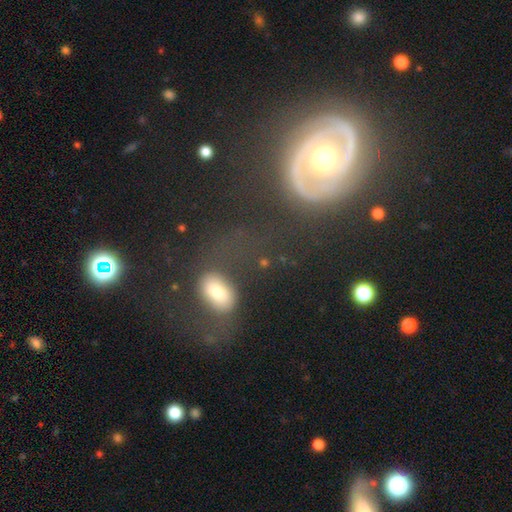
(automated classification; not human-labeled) The model was most divided on "bar": no: 44%, weak: 34%, strong: 22%. More confident: edge-on disk — no (93%); spiral arms — yes (77%); bulge size — moderate (61%); smooth or featured — featured or disk (59%); merging — none (54%).